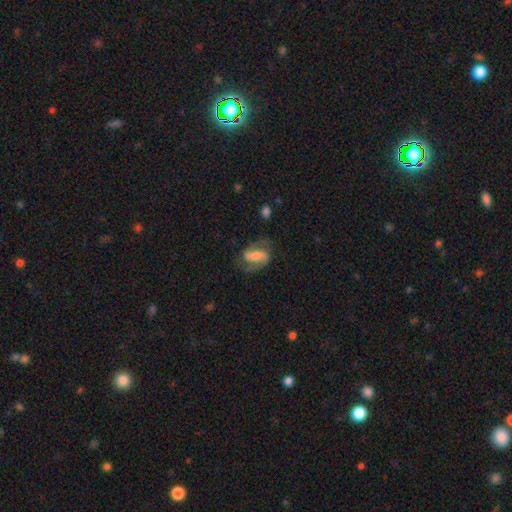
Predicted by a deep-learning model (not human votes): Smooth or featured? featured or disk (80%)
Edge-on disk? no (97%)
Bar? strong (43%)
Spiral arms? yes (94%)
Spiral winding? medium (50%)
Spiral arm count? 2 (91%)
Bulge size? moderate (39%)
Merging? none (71%)